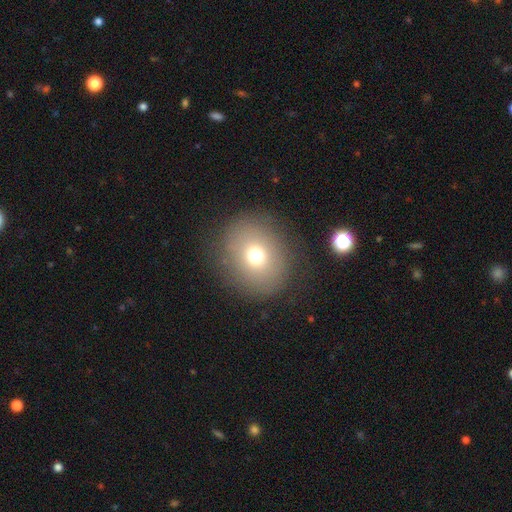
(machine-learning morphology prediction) The model was most divided on "how rounded": round: 71%, in between: 29%, cigar-shaped: 1%. More confident: merging — none (85%); smooth or featured — smooth (71%).